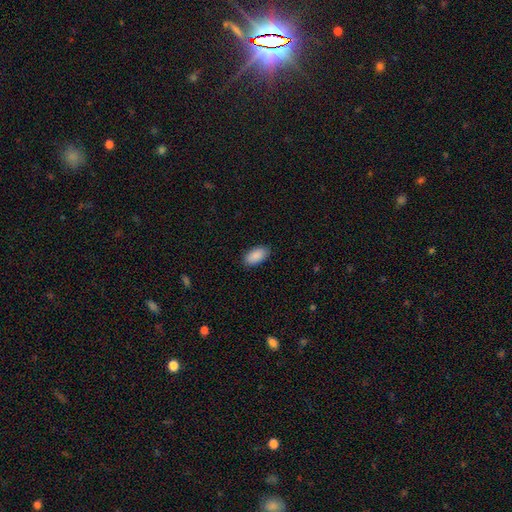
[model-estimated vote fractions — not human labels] This appears to be a smooth galaxy with no disk features (91%) that is in between round and cigar-shaped (95%). Merging: none (88%).